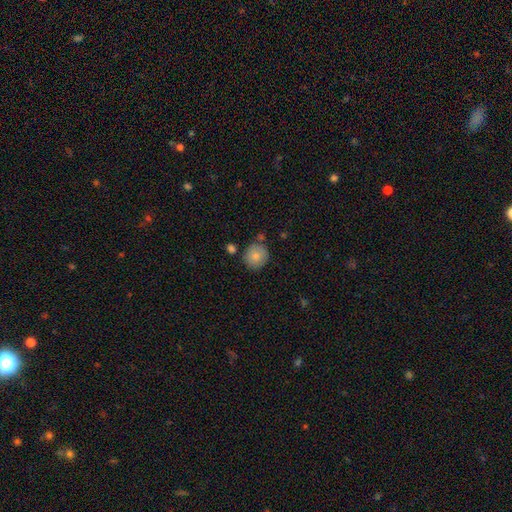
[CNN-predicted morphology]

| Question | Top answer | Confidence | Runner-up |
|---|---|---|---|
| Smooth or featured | smooth | 83% | featured or disk (9%) |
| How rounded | round | 90% | in between (9%) |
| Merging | none | 77% | minor disturbance (13%) |